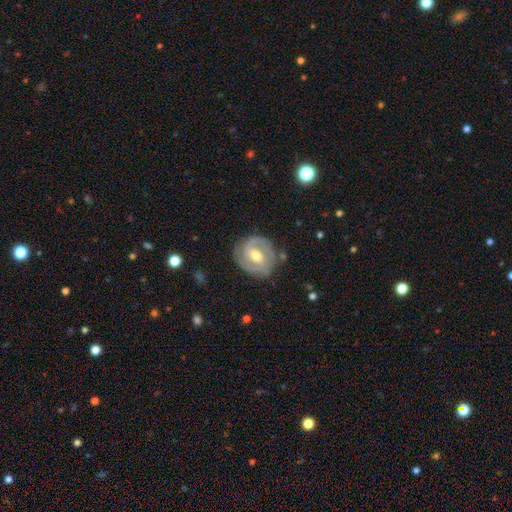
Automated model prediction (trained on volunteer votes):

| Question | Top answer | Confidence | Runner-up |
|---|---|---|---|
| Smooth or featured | featured or disk | 82% | smooth (13%) |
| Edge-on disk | no | 97% | yes (3%) |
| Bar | weak | 52% | strong (24%) |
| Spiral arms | yes | 92% | no (8%) |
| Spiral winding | tight | 54% | medium (38%) |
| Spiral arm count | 2 | 80% | can't tell (9%) |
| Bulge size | moderate | 68% | small (26%) |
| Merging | none | 81% | minor disturbance (14%) |